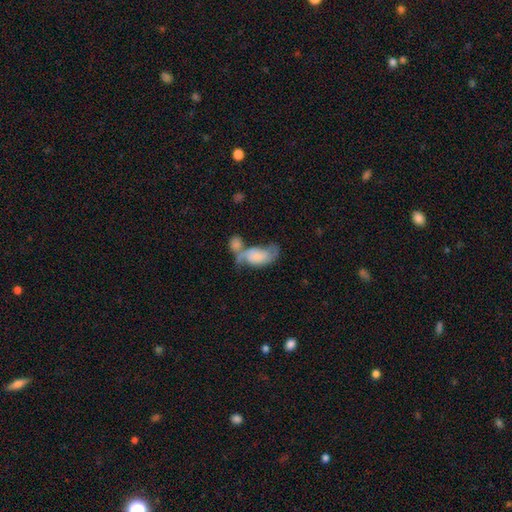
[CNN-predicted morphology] Smooth or featured?
  - smooth: 50% *
  - featured or disk: 42%
  - star or artifact: 8%
How rounded?
  - in between: 90% *
  - round: 5%
  - cigar-shaped: 5%
Merging?
  - merger: 50% *
  - none: 19%
  - major disturbance: 17%
  - minor disturbance: 15%